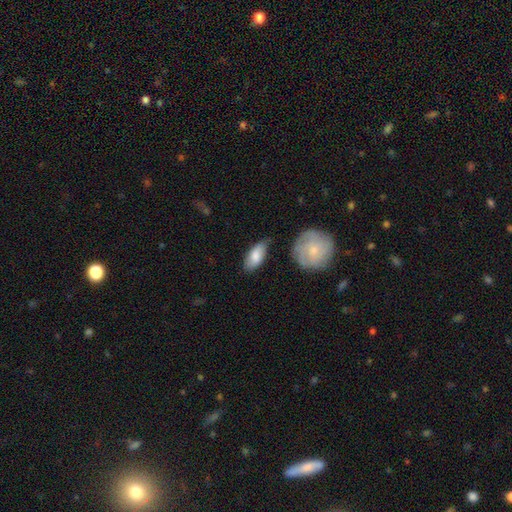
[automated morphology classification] Q: Smooth or featured?
A: smooth (78%); runner-up: featured or disk (17%)
Q: How rounded?
A: in between (86%); runner-up: cigar-shaped (11%)
Q: Merging?
A: none (67%); runner-up: minor disturbance (23%)